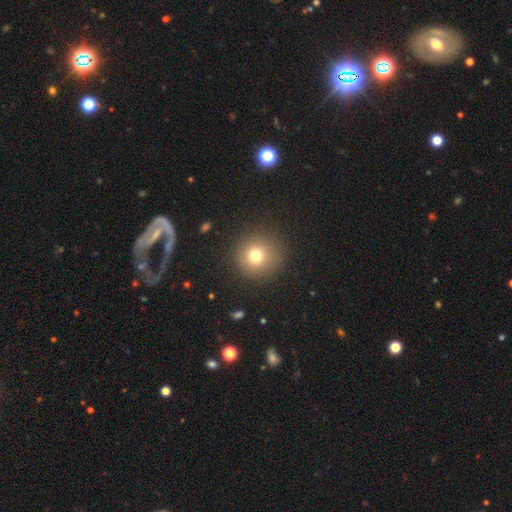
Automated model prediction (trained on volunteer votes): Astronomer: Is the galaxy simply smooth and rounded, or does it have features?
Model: smooth — 74%.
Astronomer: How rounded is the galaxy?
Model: round — 94%.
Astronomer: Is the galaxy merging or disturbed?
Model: none — 89%.